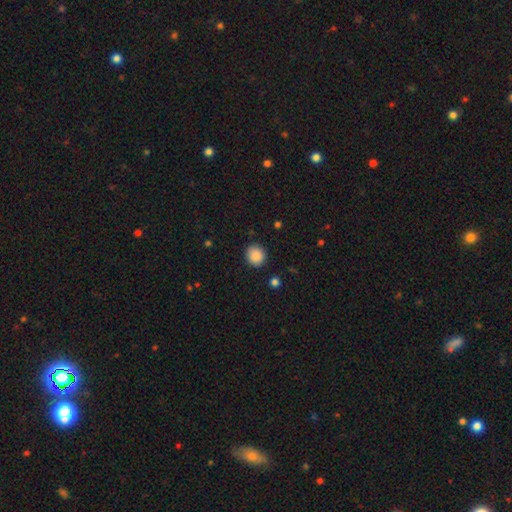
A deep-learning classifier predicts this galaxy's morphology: This appears to be a smooth galaxy with no disk features (88%) that is round (86%). Merging: none (90%).